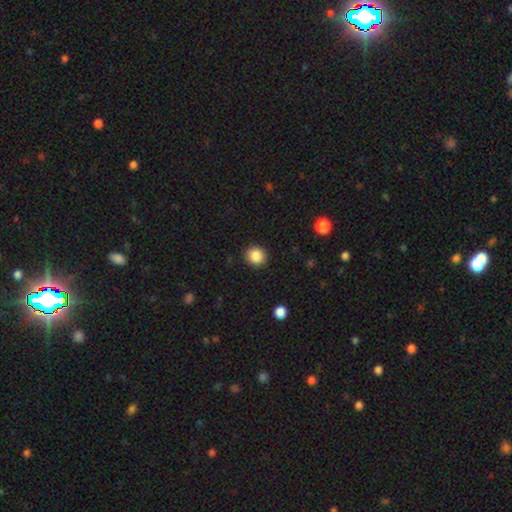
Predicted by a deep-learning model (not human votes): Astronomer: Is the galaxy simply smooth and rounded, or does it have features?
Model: smooth — 86%.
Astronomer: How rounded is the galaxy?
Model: round — 89%.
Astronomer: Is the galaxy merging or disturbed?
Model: none — 92%.